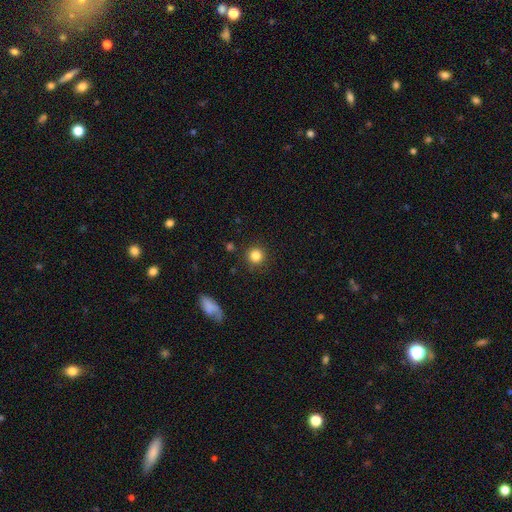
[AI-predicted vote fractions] A smooth galaxy with no disk features (84%) that is round (94%).

Vote fractions:
- Smooth or featured? smooth: 84% / star or artifact: 11% / featured or disk: 5%
- How rounded? round: 94% / in between: 6% / cigar-shaped: 1%
- Merging? none: 90% / minor disturbance: 6% / major disturbance: 2% / merger: 2%